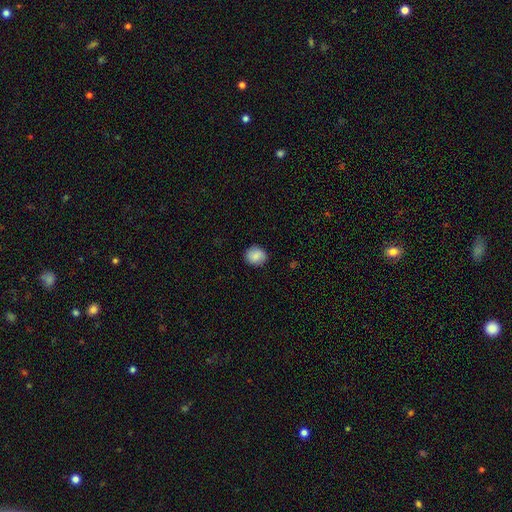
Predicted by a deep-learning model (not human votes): Morphology: type=smooth (85%); roundness=round (79%); merging=none (87%).